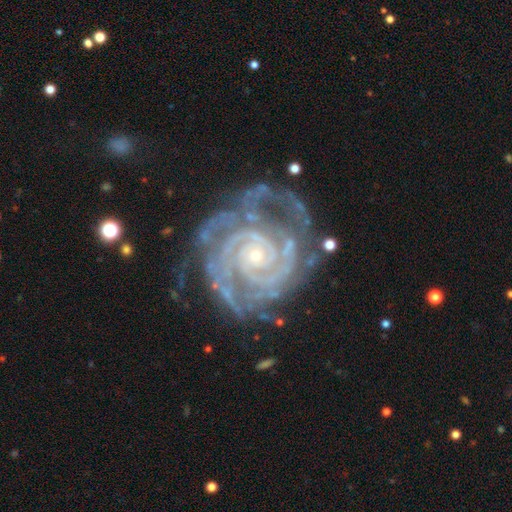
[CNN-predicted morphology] Q: Smooth or featured?
A: featured or disk (93%); runner-up: star or artifact (5%)
Q: Edge-on disk?
A: no (98%); runner-up: yes (2%)
Q: Bar?
A: no (74%); runner-up: weak (17%)
Q: Spiral arms?
A: yes (99%); runner-up: no (1%)
Q: Spiral winding?
A: tight (81%); runner-up: medium (17%)
Q: Spiral arm count?
A: 2 (41%); runner-up: 3 (20%)
Q: Bulge size?
A: small (83%); runner-up: moderate (13%)
Q: Merging?
A: none (65%); runner-up: minor disturbance (21%)